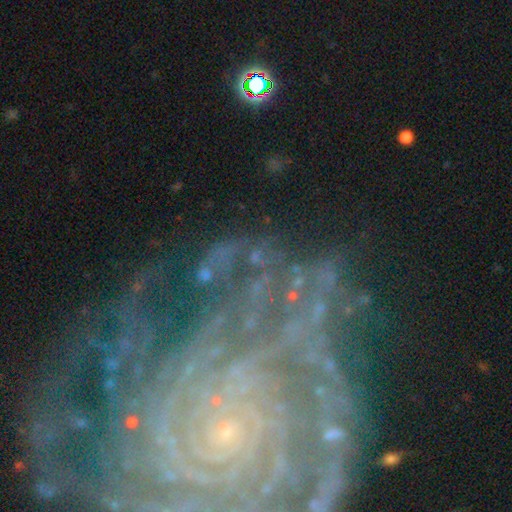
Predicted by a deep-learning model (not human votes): featured or disk 69%, star or artifact 20%, smooth 11%. Down the decision tree: edge-on disk — no (96%); bar — no (51%); spiral arms — yes (92%); spiral arm count — can't tell (27%); spiral winding — tight (68%); bulge size — small (62%); merging — none (65%).